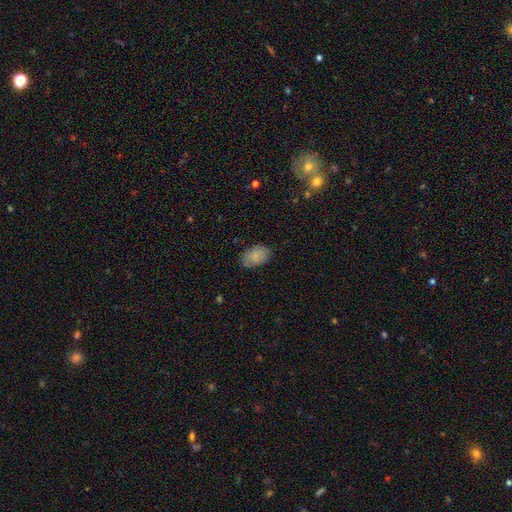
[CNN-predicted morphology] The model was most divided on "merging": none: 76%, minor disturbance: 19%, major disturbance: 4%, merger: 1%. More confident: how rounded — in between (88%); smooth or featured — smooth (80%).